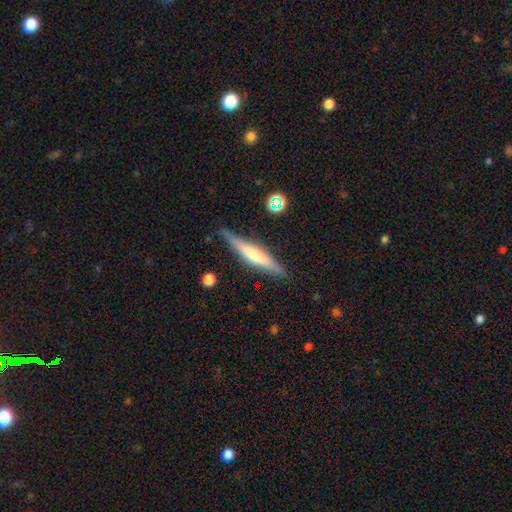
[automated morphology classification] Smooth or featured: featured or disk — 62% (smooth — 31%)
Edge-on disk: yes — 96% (no — 4%)
Edge-on bulge: rounded — 68% (none — 17%)
Merging: none — 84% (minor disturbance — 12%)